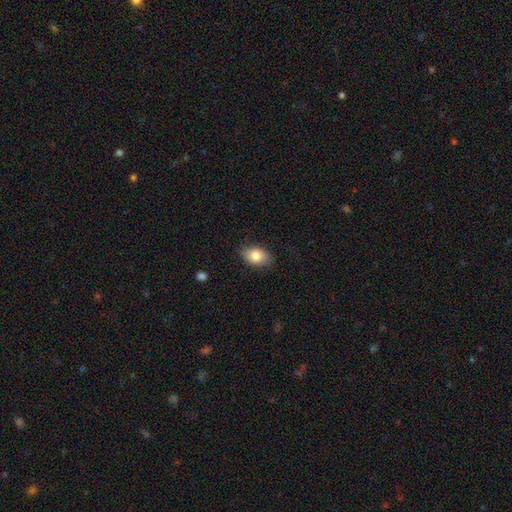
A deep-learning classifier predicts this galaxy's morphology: Smooth or featured: smooth — 82% (featured or disk — 10%)
How rounded: in between — 83% (round — 16%)
Merging: none — 81% (minor disturbance — 15%)